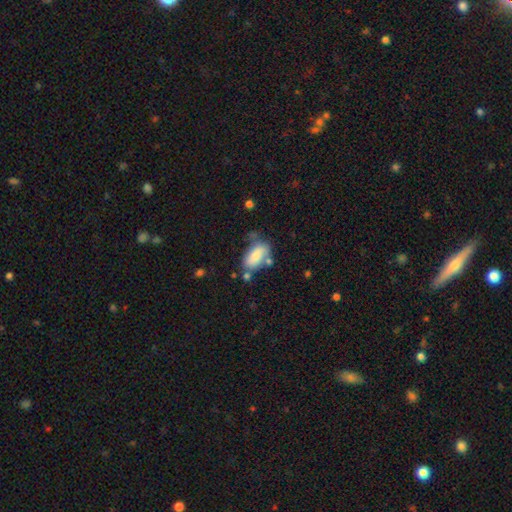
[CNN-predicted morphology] smooth-or-featured: smooth: 77% | featured or disk: 16% | star or artifact: 7%
  how-rounded: in between: 91% | cigar-shaped: 5% | round: 4%
  merging: none: 53% | minor disturbance: 24% | merger: 14% | major disturbance: 9%